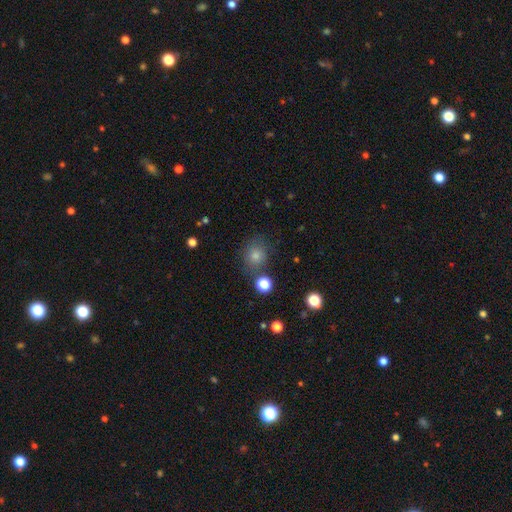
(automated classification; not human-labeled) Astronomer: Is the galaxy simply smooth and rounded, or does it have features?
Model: smooth — 71%.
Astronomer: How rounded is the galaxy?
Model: round — 77%.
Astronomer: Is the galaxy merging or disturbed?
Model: none — 78%.